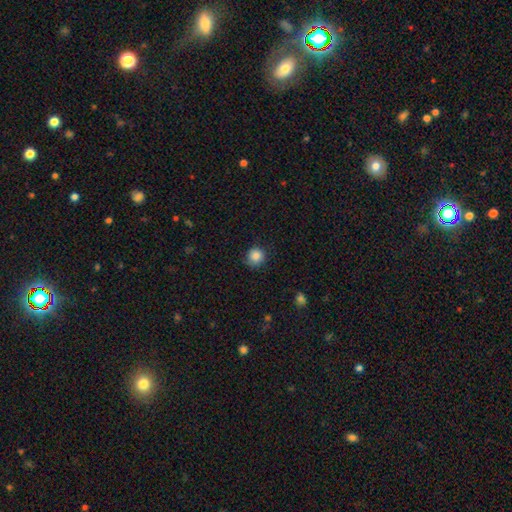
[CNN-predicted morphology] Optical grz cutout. It shows a smooth galaxy with no disk features (86%) that is round (92%). Merging: none (83%).